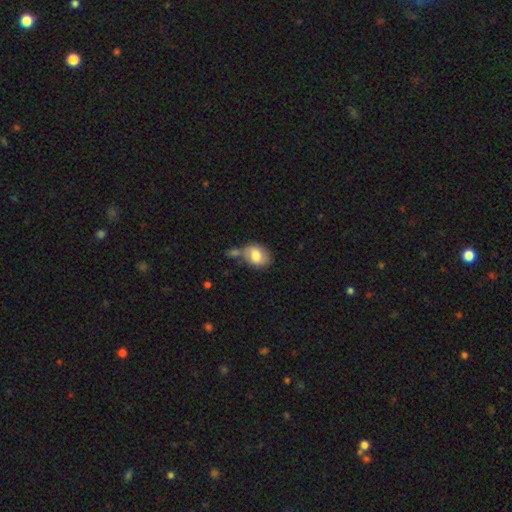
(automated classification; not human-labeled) This appears to be a smooth galaxy with no disk features (76%) that is in between round and cigar-shaped (66%). Merging: none (40%).